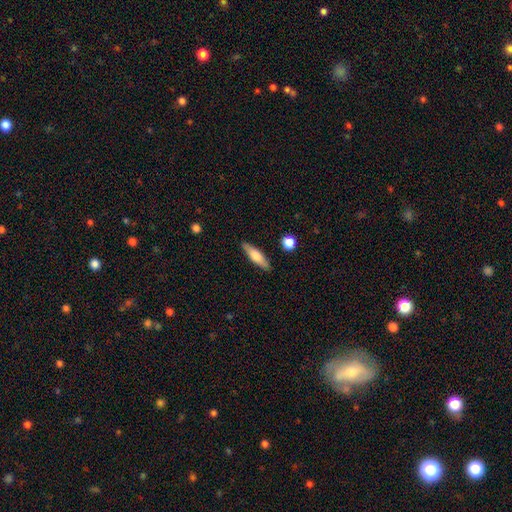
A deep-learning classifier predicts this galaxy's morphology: Smooth or featured? Predicted: smooth (p=0.61). How rounded? Predicted: cigar-shaped (p=0.66). Merging? Predicted: none (p=0.87).